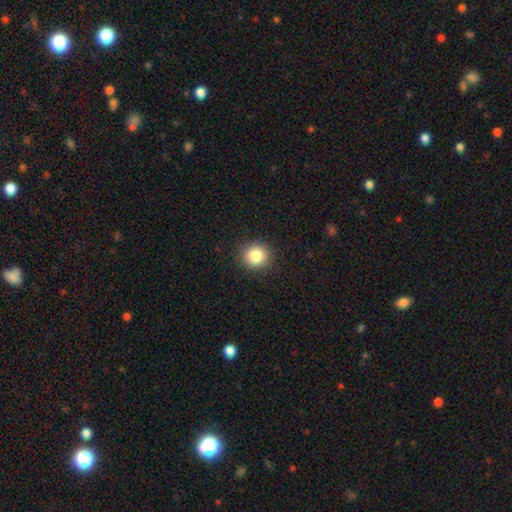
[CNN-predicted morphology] smooth 85%, star or artifact 10%, featured or disk 5%. Down the decision tree: how rounded — round (91%); merging — none (91%).